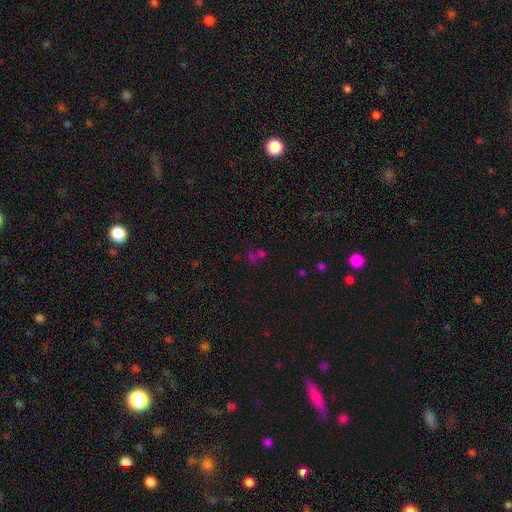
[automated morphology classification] Smooth or featured?
  - smooth: 45% *
  - star or artifact: 43%
  - featured or disk: 11%
Merging?
  - none: 47% *
  - merger: 35%
  - minor disturbance: 10%
  - major disturbance: 8%